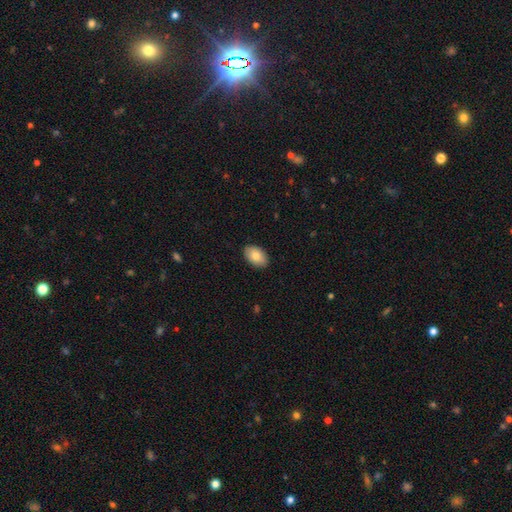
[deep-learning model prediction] Morphology: type=smooth (84%); roundness=in between (91%); merging=none (89%).